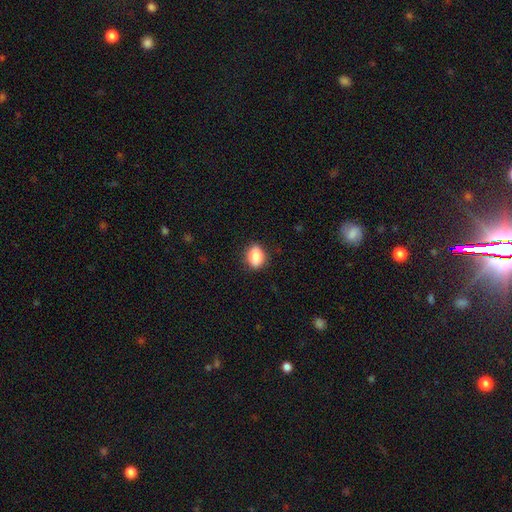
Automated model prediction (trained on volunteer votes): smooth-or-featured: smooth: 86% | star or artifact: 8% | featured or disk: 6%
  how-rounded: in between: 72% | round: 26% | cigar-shaped: 2%
  merging: none: 86% | minor disturbance: 11% | major disturbance: 2% | merger: 1%